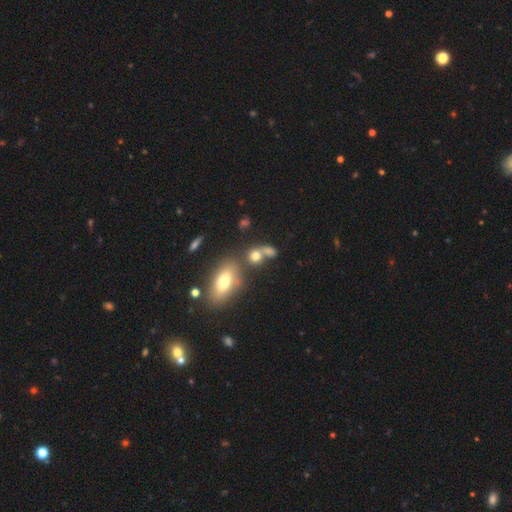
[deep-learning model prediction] A smooth galaxy with no disk features (74%) that is round (60%). Merging: merger (42%).